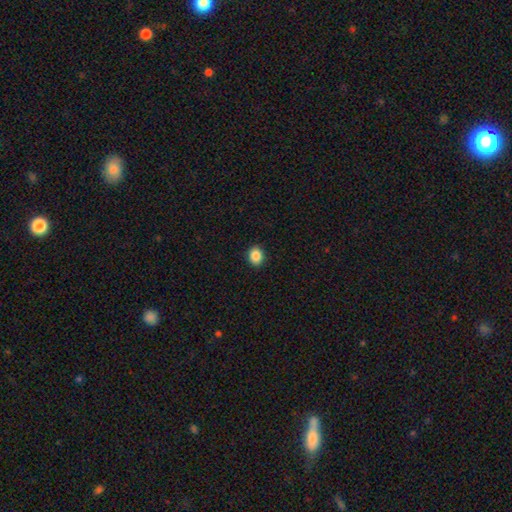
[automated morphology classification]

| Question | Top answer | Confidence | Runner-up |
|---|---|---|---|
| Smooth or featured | smooth | 87% | star or artifact (9%) |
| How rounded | round | 62% | in between (38%) |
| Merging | none | 92% | minor disturbance (5%) |